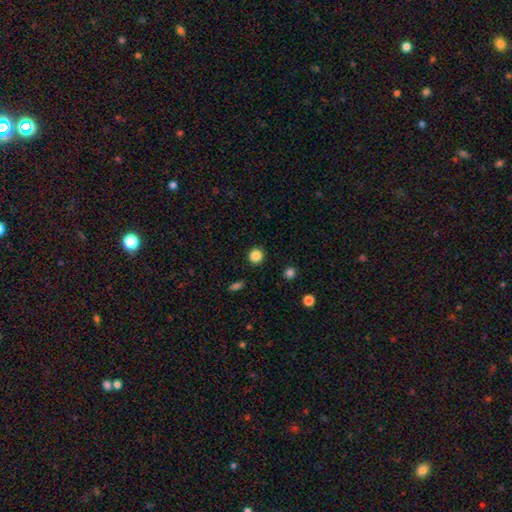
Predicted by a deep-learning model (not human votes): A smooth galaxy with no disk features (86%) that is round (92%). Merging: none (92%).